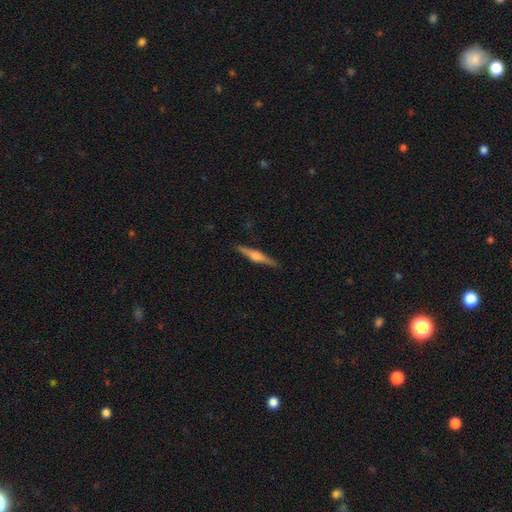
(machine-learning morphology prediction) smooth_or_featured: featured or disk (p=0.70) [alt: smooth p=0.24]
disk_edge_on: yes (p=0.98) [alt: no p=0.02]
edge_on_bulge: rounded (p=0.83) [alt: boxy p=0.12]
merging: none (p=0.91) [alt: minor disturbance p=0.07]